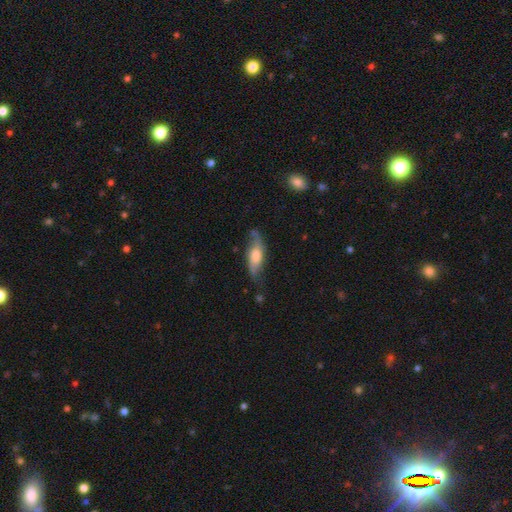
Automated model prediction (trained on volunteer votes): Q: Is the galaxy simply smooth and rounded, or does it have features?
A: featured or disk — 52%.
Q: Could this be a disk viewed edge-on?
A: no — 69%.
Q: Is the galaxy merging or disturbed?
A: none — 61%.